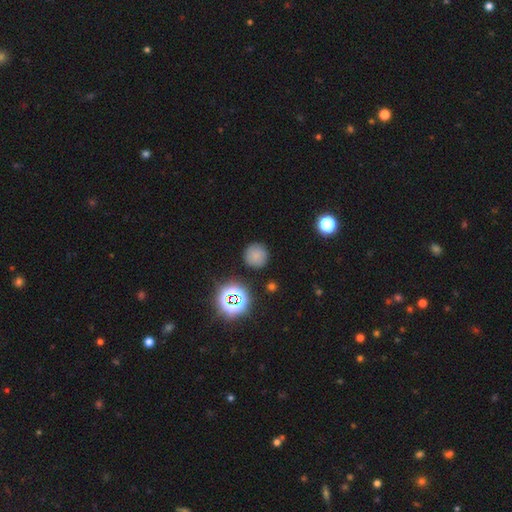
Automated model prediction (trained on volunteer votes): A smooth galaxy with no disk features (75%) that is round (95%).

Vote fractions:
- Smooth or featured? smooth: 75% / star or artifact: 18% / featured or disk: 7%
- How rounded? round: 95% / in between: 4% / cigar-shaped: 1%
- Merging? none: 87% / minor disturbance: 8% / major disturbance: 3% / merger: 2%